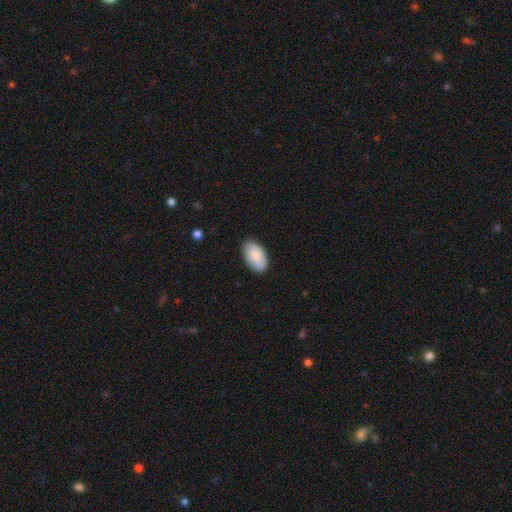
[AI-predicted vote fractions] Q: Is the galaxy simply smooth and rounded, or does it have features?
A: smooth — 87%.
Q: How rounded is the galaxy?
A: in between — 95%.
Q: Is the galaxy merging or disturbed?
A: none — 86%.